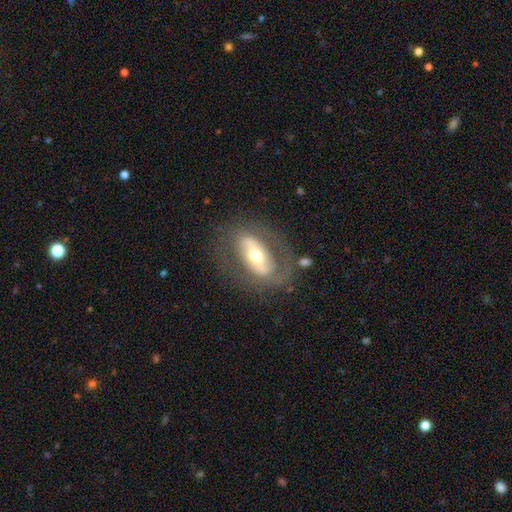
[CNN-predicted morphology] featured or disk 68%, smooth 26%, star or artifact 6%. Down the decision tree: edge-on disk — no (88%); bar — strong (45%); spiral arms — yes (51%); bulge size — moderate (62%); merging — none (68%).